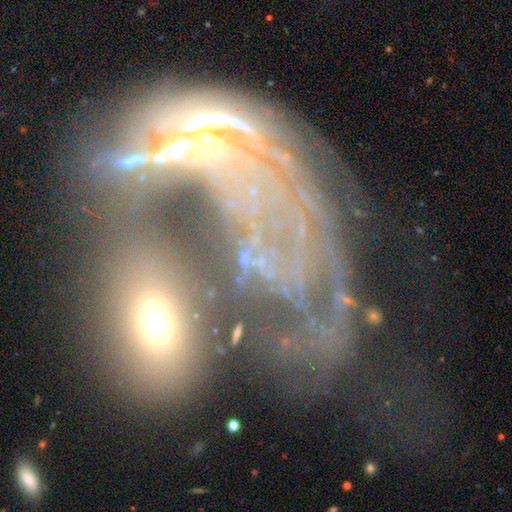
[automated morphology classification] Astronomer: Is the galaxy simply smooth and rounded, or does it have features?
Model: featured or disk — 54%.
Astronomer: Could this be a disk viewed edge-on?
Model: no — 86%.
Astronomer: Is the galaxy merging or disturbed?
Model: merger — 37% (runner-up: none, 25%).